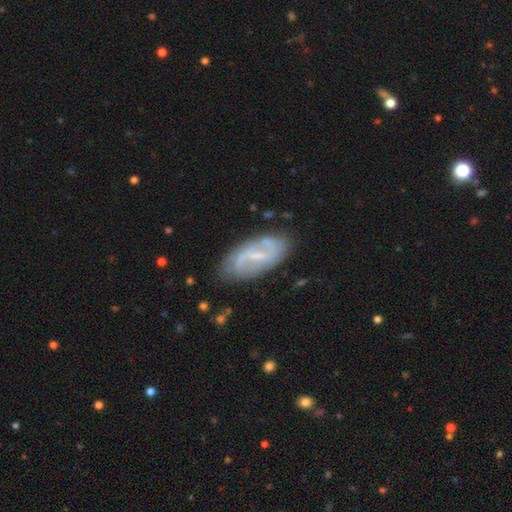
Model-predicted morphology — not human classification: This appears to be a featured or disk galaxy (72%) with a weak bar (49%), 2 (79%) loose (41%) spiral arms (80%) and a small central bulge (59%). Merging: none (77%).